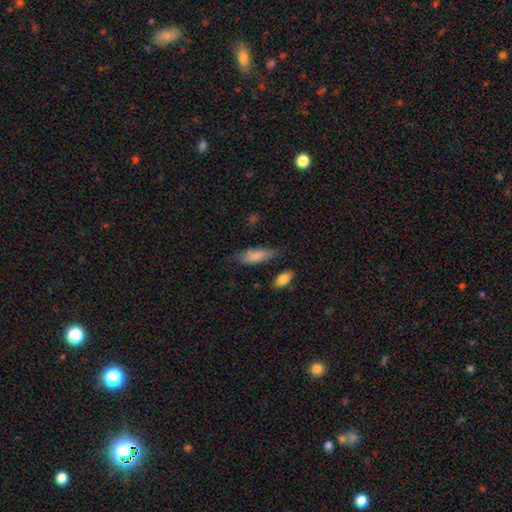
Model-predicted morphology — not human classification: This appears to be a smooth galaxy with no disk features (82%) that is in between round and cigar-shaped (71%). Merging: none (67%).